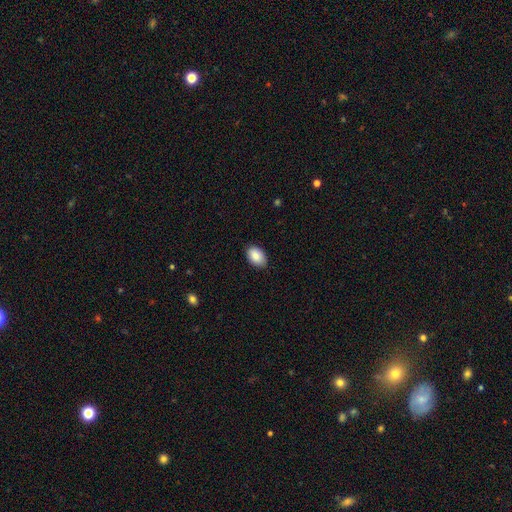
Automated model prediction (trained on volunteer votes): Smooth or featured: smooth — 88% (star or artifact — 7%)
How rounded: in between — 89% (round — 10%)
Merging: none — 86% (minor disturbance — 11%)